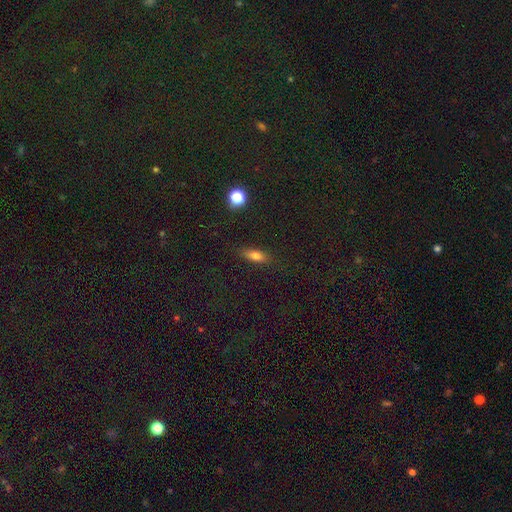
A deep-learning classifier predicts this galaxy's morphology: Smooth or featured: smooth — 71% (featured or disk — 18%)
How rounded: in between — 61% (cigar-shaped — 33%)
Merging: none — 86% (minor disturbance — 10%)